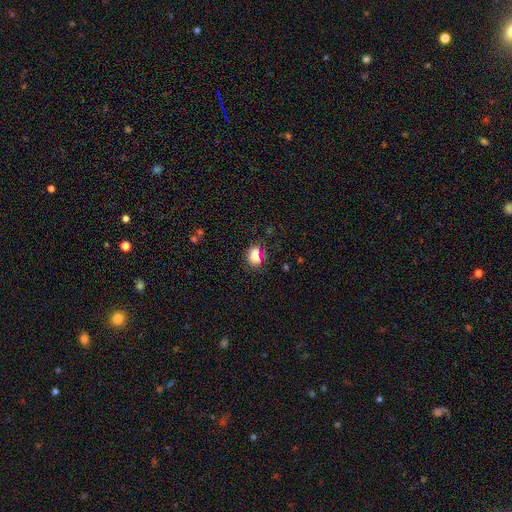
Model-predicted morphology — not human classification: Smooth or featured? Predicted: smooth (p=0.83). How rounded? Predicted: in between (p=0.63). Merging? Predicted: none (p=0.77).